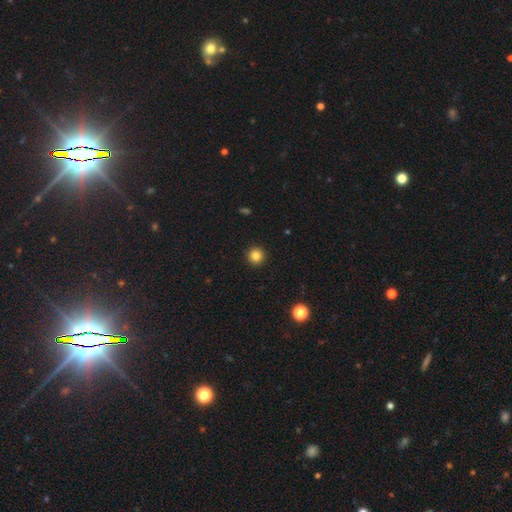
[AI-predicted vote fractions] Smooth or featured: smooth — 83% (star or artifact — 12%)
How rounded: round — 96% (in between — 3%)
Merging: none — 93% (minor disturbance — 4%)